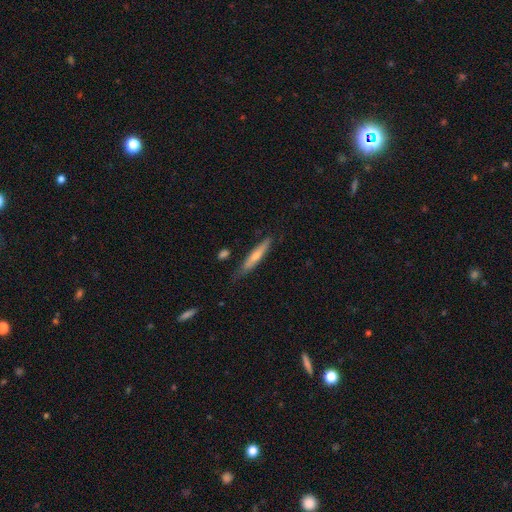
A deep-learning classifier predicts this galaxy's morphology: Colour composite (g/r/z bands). It shows a smooth galaxy with no disk features (57%) that is cigar-shaped (91%). Merging: none (74%).